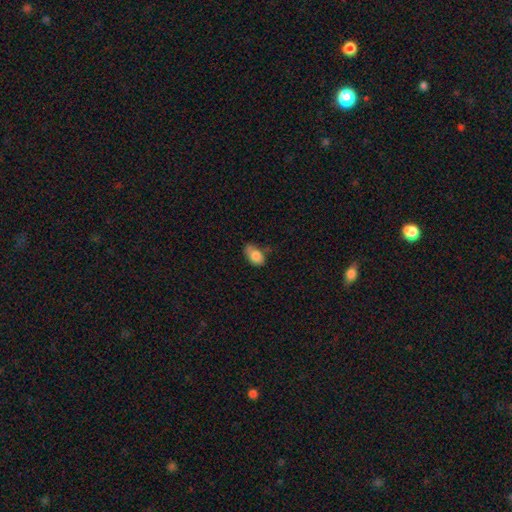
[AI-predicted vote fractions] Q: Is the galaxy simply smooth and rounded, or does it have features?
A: smooth — 80%.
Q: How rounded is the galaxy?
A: in between — 87%.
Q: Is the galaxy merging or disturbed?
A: none — 41%.